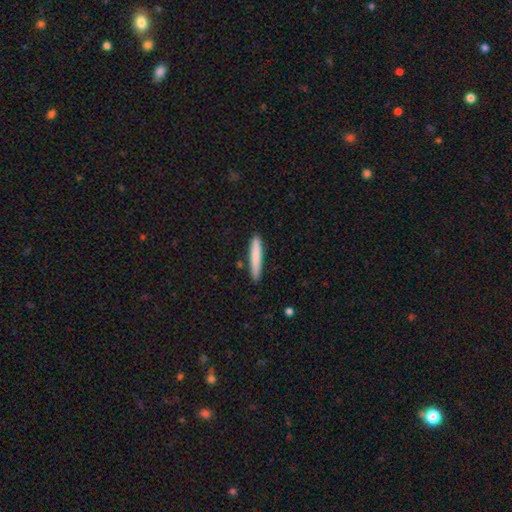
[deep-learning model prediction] Overall: smooth (81%). How rounded: cigar-shaped (93%). Merging: none (88%).